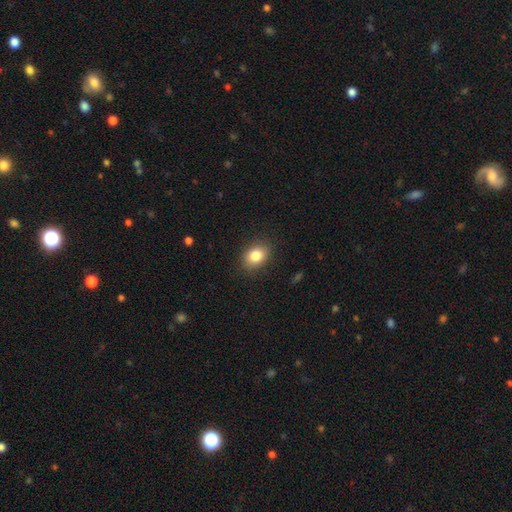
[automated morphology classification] smooth-or-featured: smooth: 83% | star or artifact: 10% | featured or disk: 8%
  how-rounded: in between: 60% | round: 39% | cigar-shaped: 1%
  merging: none: 86% | minor disturbance: 10% | major disturbance: 3% | merger: 1%